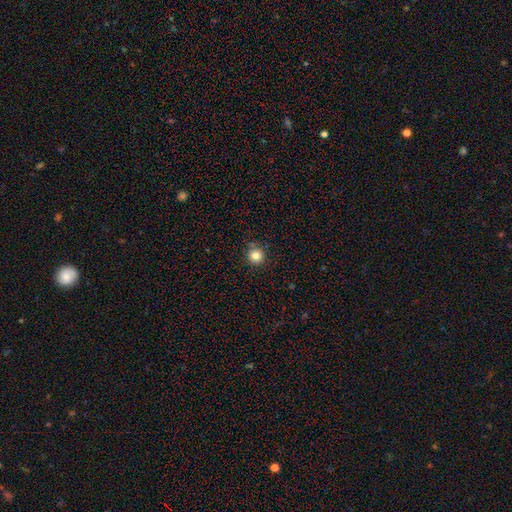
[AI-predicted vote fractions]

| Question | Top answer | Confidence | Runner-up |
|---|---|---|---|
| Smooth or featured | smooth | 83% | star or artifact (12%) |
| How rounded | round | 95% | in between (4%) |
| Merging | none | 87% | minor disturbance (8%) |